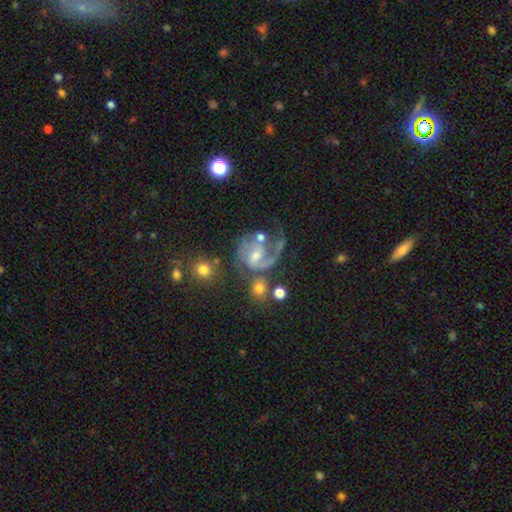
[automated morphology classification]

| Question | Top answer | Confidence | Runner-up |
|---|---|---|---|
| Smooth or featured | featured or disk | 81% | smooth (10%) |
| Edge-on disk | no | 98% | yes (2%) |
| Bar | weak | 49% | no (31%) |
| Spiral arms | yes | 92% | no (8%) |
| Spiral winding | medium | 49% | loose (28%) |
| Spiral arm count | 2 | 49% | 1 (32%) |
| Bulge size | moderate | 47% | small (41%) |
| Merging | none | 37% | major disturbance (29%) |